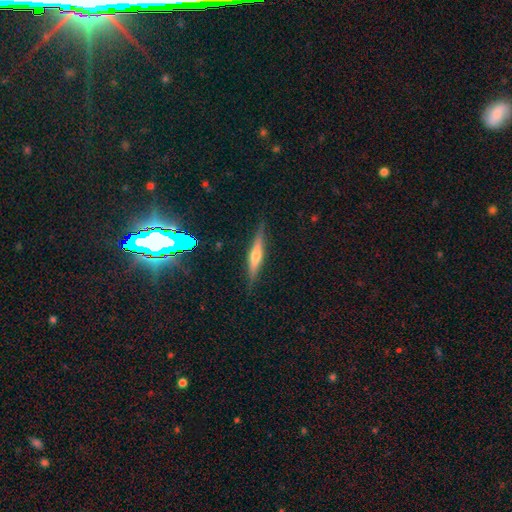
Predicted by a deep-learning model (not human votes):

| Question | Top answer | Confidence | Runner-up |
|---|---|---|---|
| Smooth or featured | featured or disk | 60% | smooth (33%) |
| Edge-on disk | yes | 96% | no (4%) |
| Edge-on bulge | rounded | 80% | none (12%) |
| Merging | none | 87% | minor disturbance (10%) |